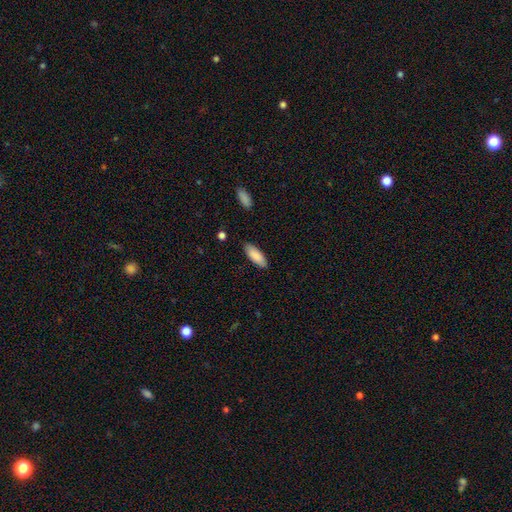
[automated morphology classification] Smooth or featured? smooth (87%)
How rounded? in between (73%)
Merging? none (86%)